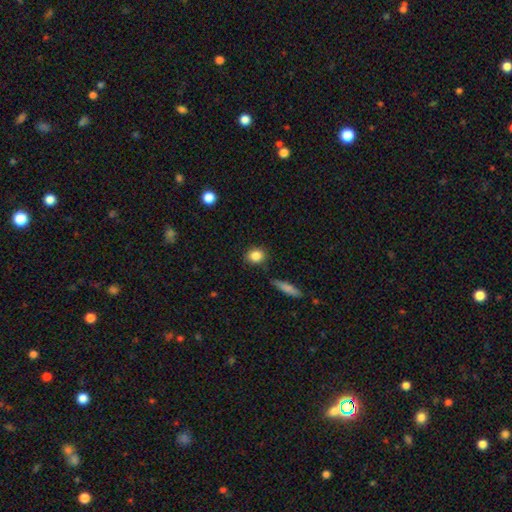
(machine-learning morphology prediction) smooth 86%, star or artifact 9%, featured or disk 6%. Down the decision tree: how rounded — round (75%); merging — none (85%).